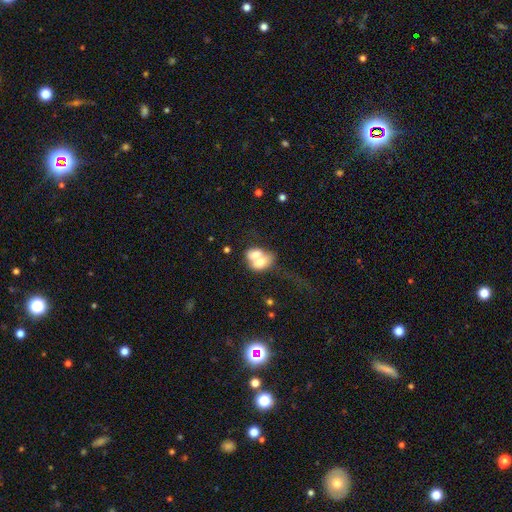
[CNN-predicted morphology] Smooth or featured: smooth — 61% (featured or disk — 31%)
How rounded: in between — 64% (round — 34%)
Merging: merger — 72% (none — 14%)